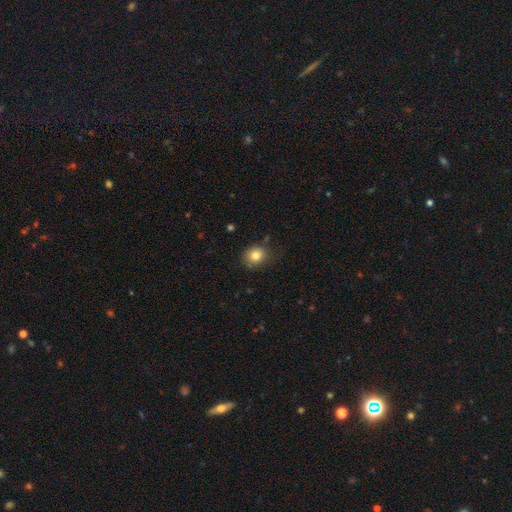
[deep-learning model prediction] smooth 82%, star or artifact 10%, featured or disk 8%. Down the decision tree: how rounded — round (68%); merging — none (76%).